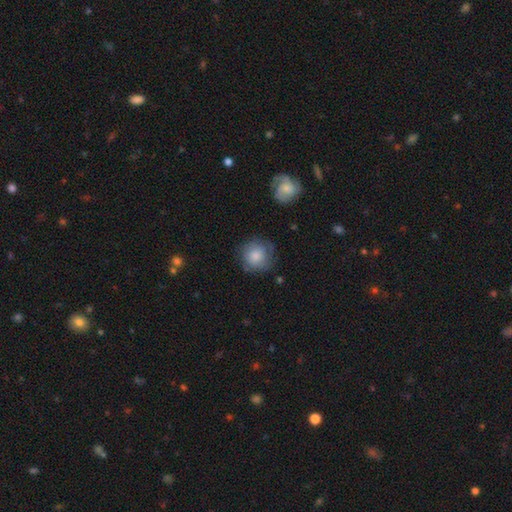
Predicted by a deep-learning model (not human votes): smooth_or_featured: smooth (p=0.77) [alt: featured or disk p=0.16]
how_rounded: round (p=0.90) [alt: in between p=0.09]
merging: none (p=0.70) [alt: minor disturbance p=0.20]